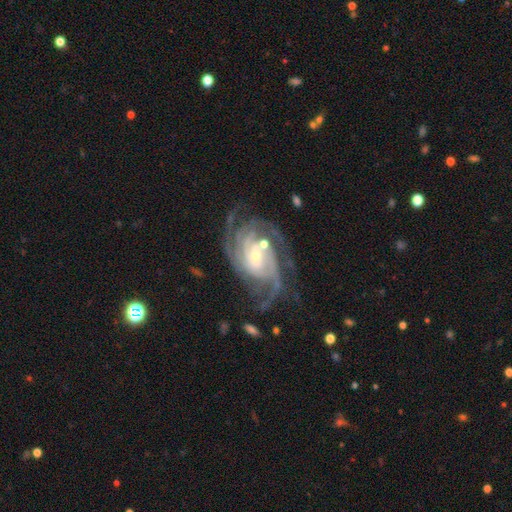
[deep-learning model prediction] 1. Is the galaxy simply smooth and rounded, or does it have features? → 92% featured or disk, 5% star or artifact, 3% smooth.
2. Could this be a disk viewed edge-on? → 97% no, 3% yes.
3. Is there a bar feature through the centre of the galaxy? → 40% weak, 39% no, 21% strong.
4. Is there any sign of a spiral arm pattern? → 98% yes, 2% no.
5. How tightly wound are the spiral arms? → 58% tight, 35% medium, 7% loose.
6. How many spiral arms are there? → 30% 4, 26% 3, 14% 2, 13% can't tell, 10% more than 4, 6% 1.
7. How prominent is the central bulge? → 58% small, 34% moderate, 4% large, 2% none, 1% dominant.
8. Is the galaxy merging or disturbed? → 63% none, 18% minor disturbance, 13% major disturbance, 6% merger.